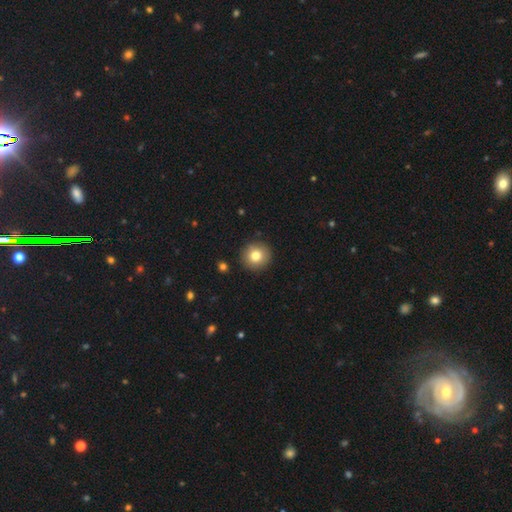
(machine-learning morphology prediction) Smooth or featured? Predicted: smooth (p=0.79). How rounded? Predicted: round (p=0.95). Merging? Predicted: none (p=0.91).